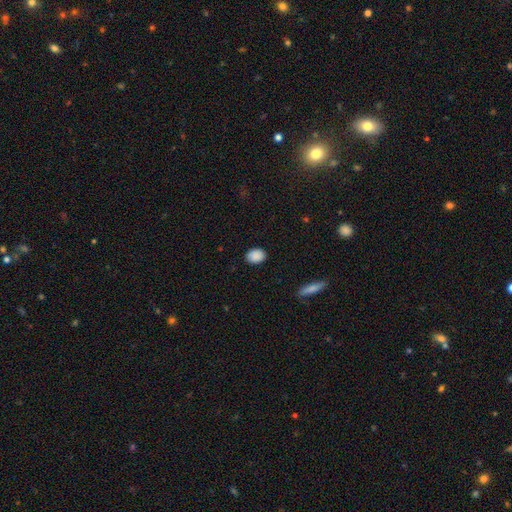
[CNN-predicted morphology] A smooth galaxy with no disk features (89%) that is in between round and cigar-shaped (67%).

Vote fractions:
- Smooth or featured? smooth: 89% / star or artifact: 7% / featured or disk: 3%
- How rounded? in between: 67% / round: 32% / cigar-shaped: 1%
- Merging? none: 89% / minor disturbance: 8% / major disturbance: 2% / merger: 1%